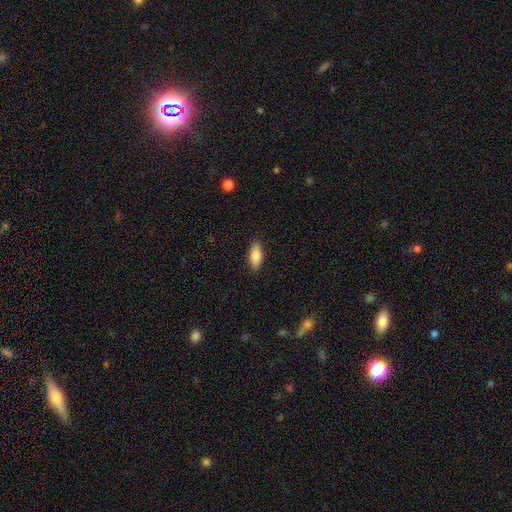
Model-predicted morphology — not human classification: Smooth or featured?
  - smooth: 85% *
  - featured or disk: 9%
  - star or artifact: 6%
How rounded?
  - in between: 84% *
  - cigar-shaped: 14%
  - round: 2%
Merging?
  - none: 88% *
  - minor disturbance: 9%
  - major disturbance: 2%
  - merger: 1%